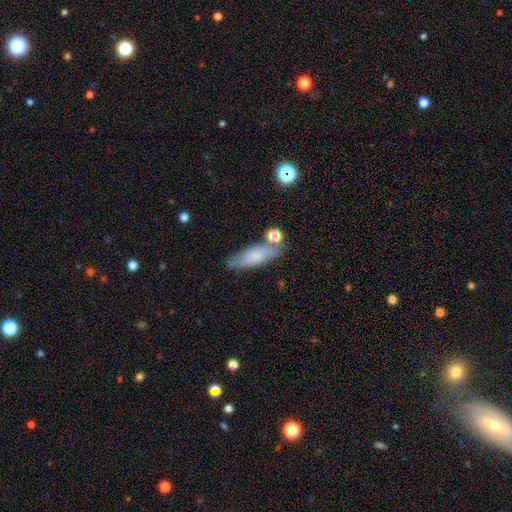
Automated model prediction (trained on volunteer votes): Smooth or featured? Predicted: smooth (p=0.69). How rounded? Predicted: in between (p=0.54). Merging? Predicted: none (p=0.62).